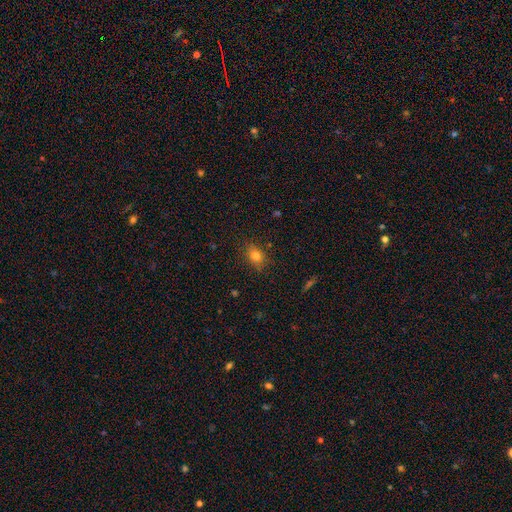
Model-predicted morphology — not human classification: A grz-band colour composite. It shows a smooth galaxy with no disk features (77%) that is in between round and cigar-shaped (58%). Merging: none (82%).